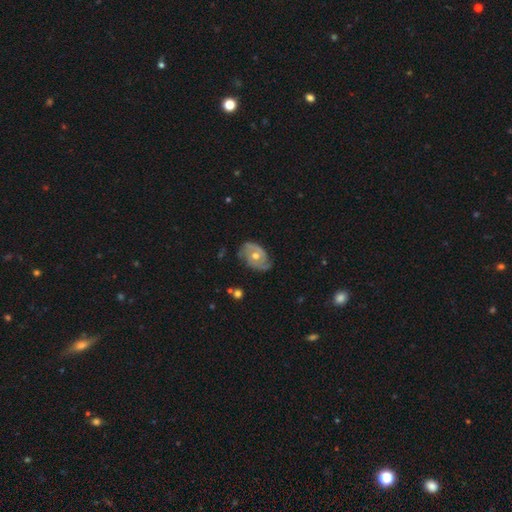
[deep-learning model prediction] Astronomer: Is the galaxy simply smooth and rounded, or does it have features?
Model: featured or disk — 77%.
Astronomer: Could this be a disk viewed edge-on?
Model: no — 96%.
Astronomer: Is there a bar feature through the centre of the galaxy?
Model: no — 74%.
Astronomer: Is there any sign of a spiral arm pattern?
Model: yes — 86%.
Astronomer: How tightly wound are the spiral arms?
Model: tight — 48% (runner-up: medium, 36%).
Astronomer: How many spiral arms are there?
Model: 2 — 54%.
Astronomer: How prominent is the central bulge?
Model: moderate — 75%.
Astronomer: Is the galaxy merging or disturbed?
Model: none — 70%.